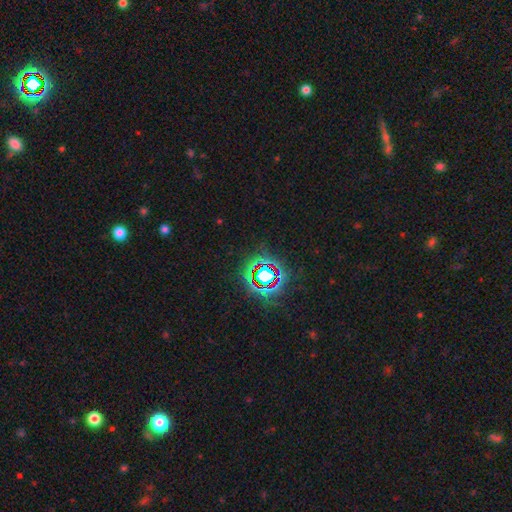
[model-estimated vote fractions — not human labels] This appears to be a star or artifact, not a galaxy (77%).